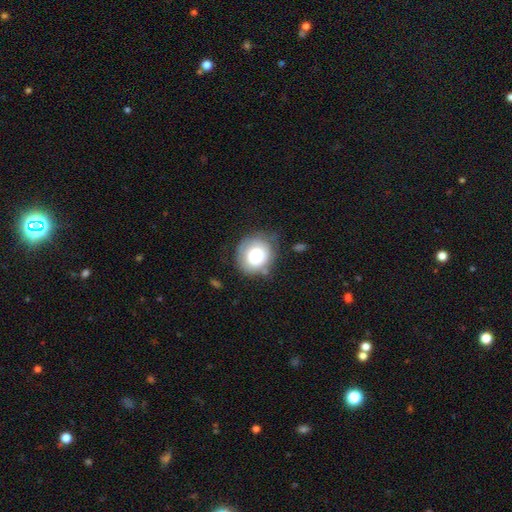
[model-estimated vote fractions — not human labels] A smooth galaxy with no disk features (73%) that is round (77%).

Vote fractions:
- Smooth or featured? smooth: 73% / featured or disk: 19% / star or artifact: 8%
- How rounded? round: 77% / in between: 22% / cigar-shaped: 1%
- Merging? none: 60% / minor disturbance: 26% / major disturbance: 11% / merger: 3%